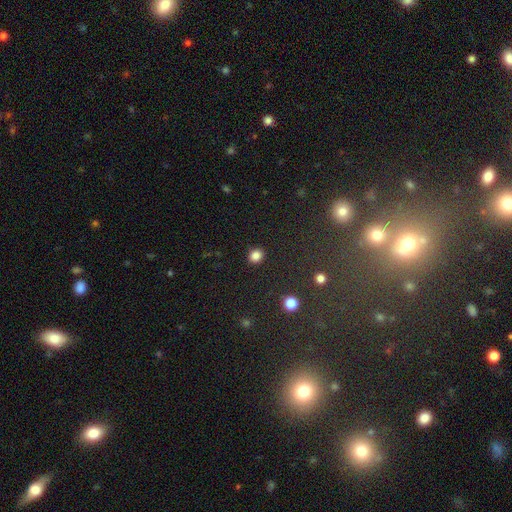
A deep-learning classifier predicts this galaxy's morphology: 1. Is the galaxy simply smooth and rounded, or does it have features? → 85% smooth, 12% star or artifact, 4% featured or disk.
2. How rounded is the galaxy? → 79% round, 20% in between, 1% cigar-shaped.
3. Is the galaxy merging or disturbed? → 91% none, 6% minor disturbance, 2% major disturbance, 1% merger.